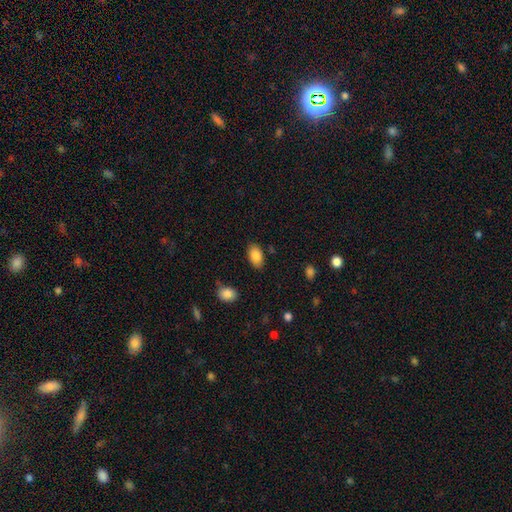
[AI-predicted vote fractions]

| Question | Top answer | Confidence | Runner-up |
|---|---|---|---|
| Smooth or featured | smooth | 87% | star or artifact (7%) |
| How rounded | in between | 92% | round (6%) |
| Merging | none | 83% | minor disturbance (12%) |